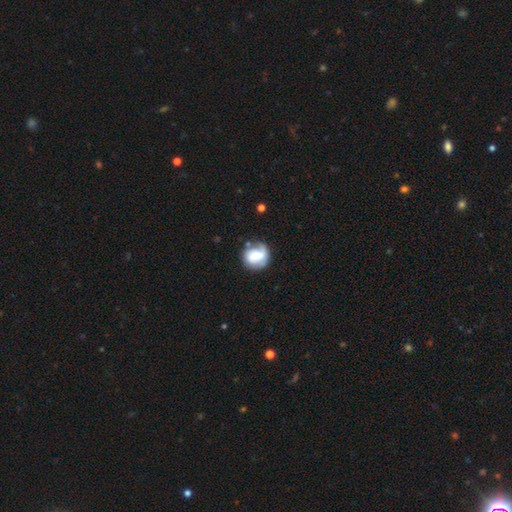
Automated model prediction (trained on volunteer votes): Smooth or featured? featured or disk (47%)
Merging? none (64%)